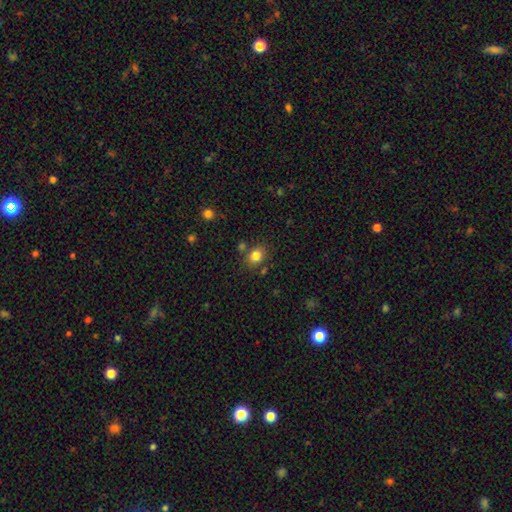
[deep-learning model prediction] smooth_or_featured: smooth (p=0.82) [alt: star or artifact p=0.12]
how_rounded: round (p=0.57) [alt: in between p=0.42]
merging: none (p=0.75) [alt: minor disturbance p=0.12]